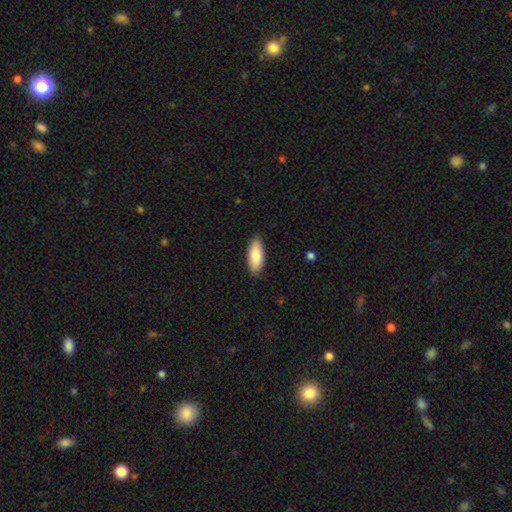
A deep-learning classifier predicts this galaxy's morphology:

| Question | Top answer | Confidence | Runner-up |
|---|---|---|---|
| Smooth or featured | smooth | 85% | featured or disk (9%) |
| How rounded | in between | 78% | cigar-shaped (21%) |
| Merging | none | 88% | minor disturbance (9%) |